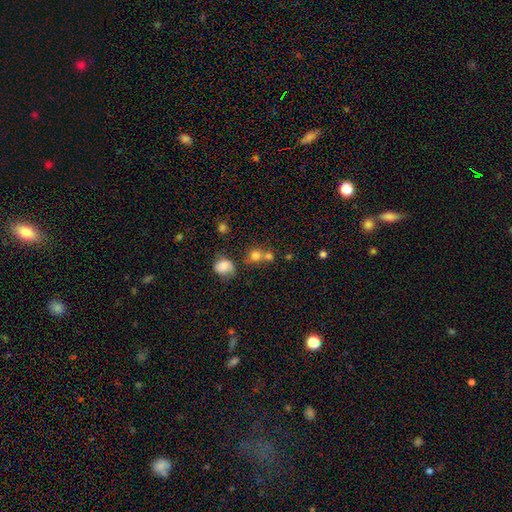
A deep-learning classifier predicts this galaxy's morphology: A smooth galaxy with no disk features (75%) that is round (82%). Merging: none (43%, tied with merger).